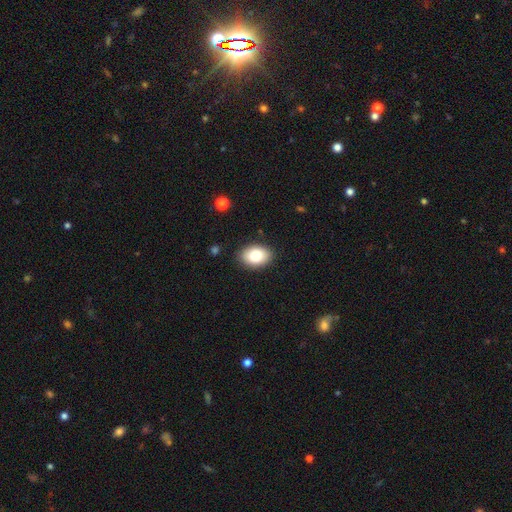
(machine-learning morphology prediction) This is clearly a smooth galaxy (82%). How rounded: clearly in between (86%). Merging: clearly none (87%).